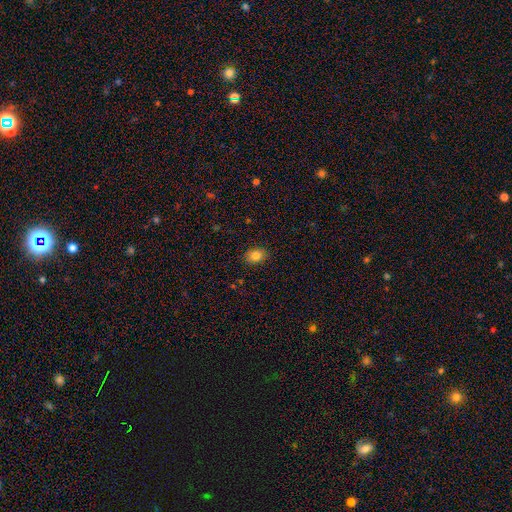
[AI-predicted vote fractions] Q: Smooth or featured?
A: smooth (83%); runner-up: star or artifact (11%)
Q: How rounded?
A: in between (61%); runner-up: round (38%)
Q: Merging?
A: none (88%); runner-up: minor disturbance (9%)